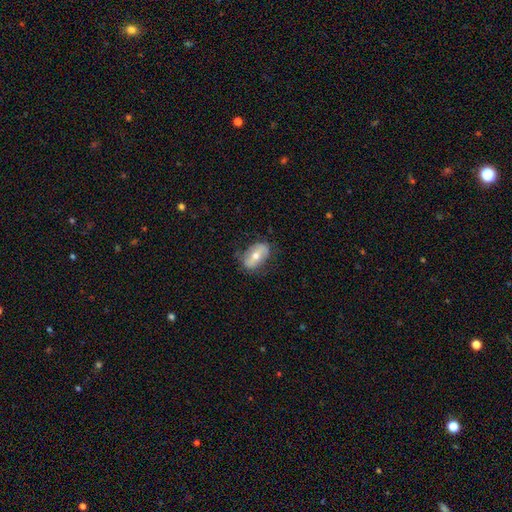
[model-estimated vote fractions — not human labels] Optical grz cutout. It shows a featured or disk galaxy (50%). Merging: none (73%).